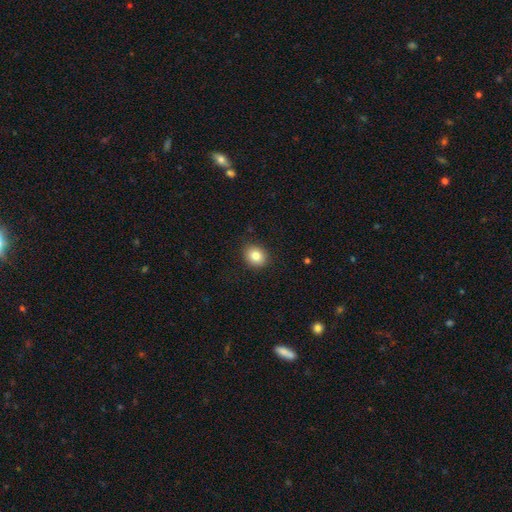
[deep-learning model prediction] This is clearly a smooth galaxy (83%). How rounded: possibly round (56%). Merging: clearly none (89%).